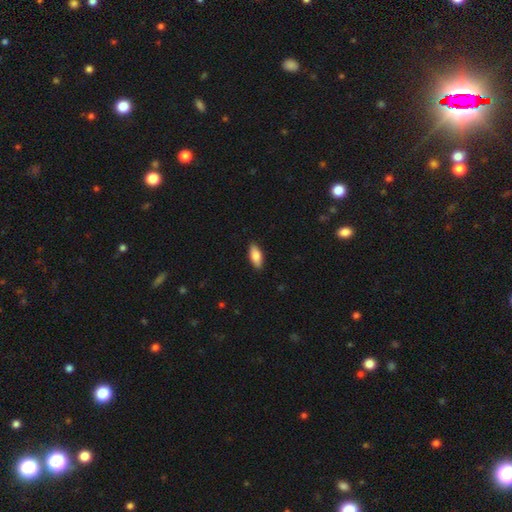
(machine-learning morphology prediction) This is clearly a smooth galaxy (82%). How rounded: clearly in between (83%). Merging: clearly none (89%).